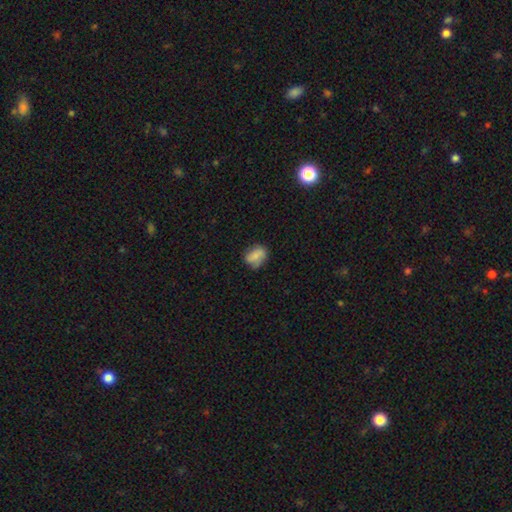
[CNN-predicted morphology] Smooth or featured? Predicted: smooth (p=0.75). How rounded? Predicted: in between (p=0.66). Merging? Predicted: none (p=0.64).